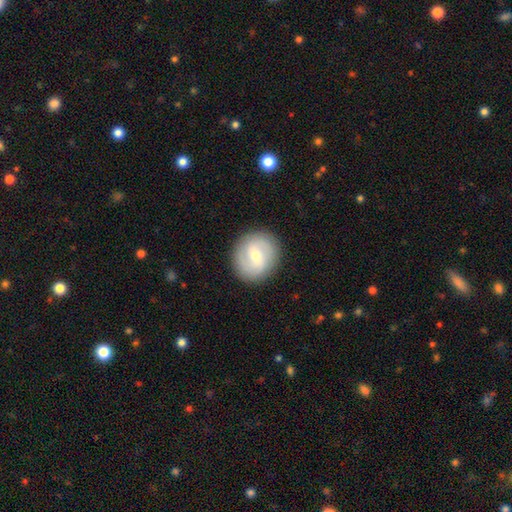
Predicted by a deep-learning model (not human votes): smooth-or-featured: featured or disk: 53% | smooth: 40% | star or artifact: 7%
  disk-edge-on: no: 96% | yes: 4%
    bar: weak: 56% | strong: 22% | no: 21%
    has-spiral-arms: yes: 70% | no: 30%
    bulge-size: moderate: 53% | small: 42% | large: 3% | none: 1% | dominant: 1%
  merging: none: 88% | minor disturbance: 8% | major disturbance: 3% | merger: 1%